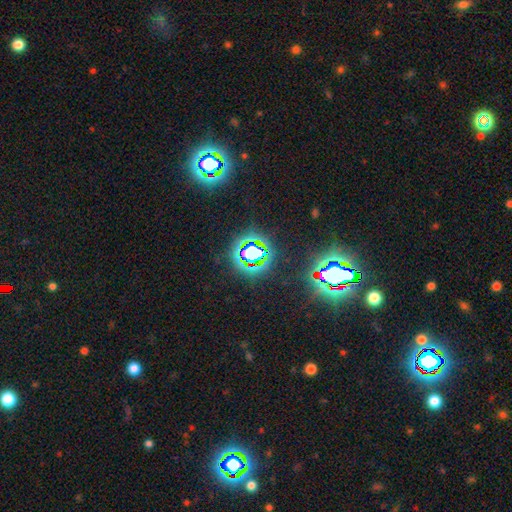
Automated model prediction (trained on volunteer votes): smooth_or_featured: star or artifact (p=0.69) [alt: smooth p=0.19]